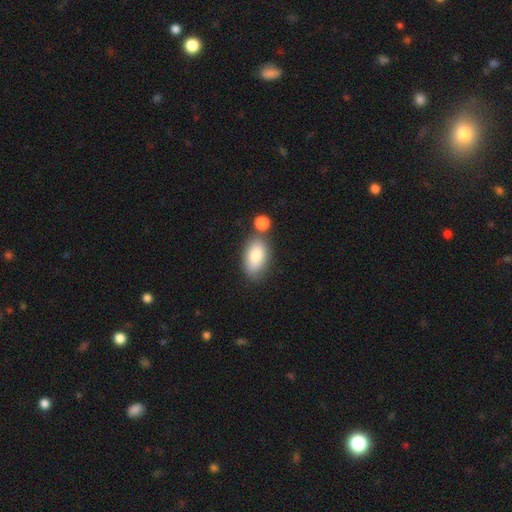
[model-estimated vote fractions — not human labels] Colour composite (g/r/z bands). It shows a smooth galaxy with no disk features (83%) that is in between round and cigar-shaped (92%). Merging: none (60%).